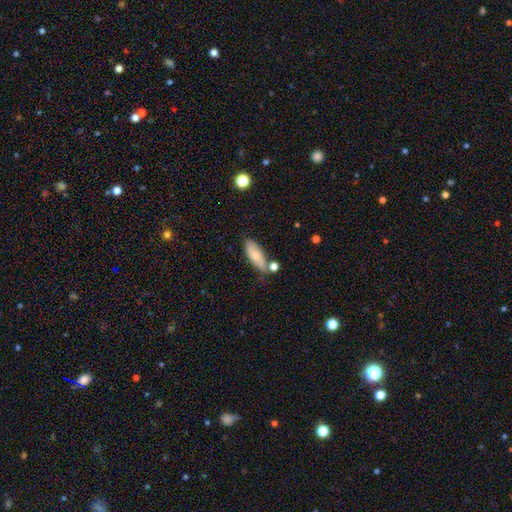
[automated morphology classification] type=smooth (72%); roundness=in between (73%); merging=none (65%).